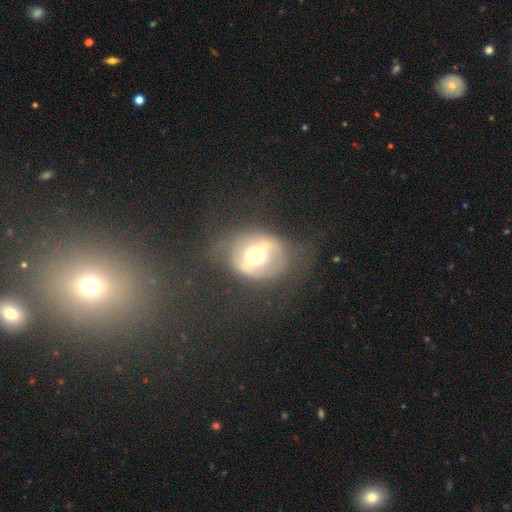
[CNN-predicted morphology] A featured or disk galaxy (63%) with a strong bar (50%), no spiral arms (66%) and a moderate central bulge (67%). Merging: none (58%).